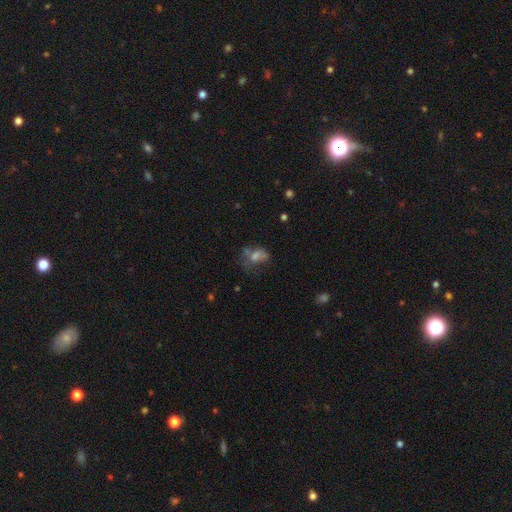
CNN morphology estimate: smooth 43%, featured or disk 36%, star or artifact 21%. Down the decision tree: merging — none (35%).